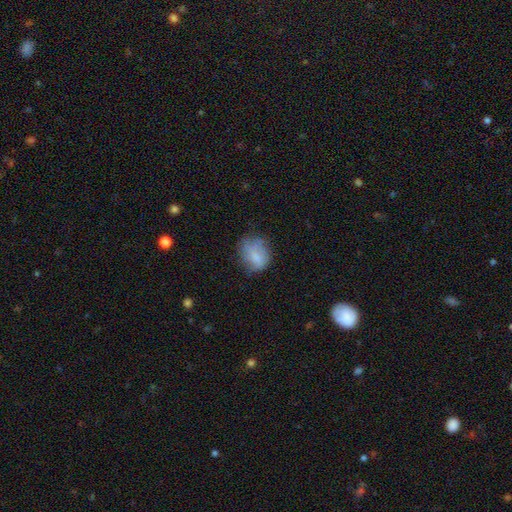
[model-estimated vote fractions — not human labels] This is likely a smooth galaxy (68%). How rounded: possibly round (50%). Merging: possibly none (54%).